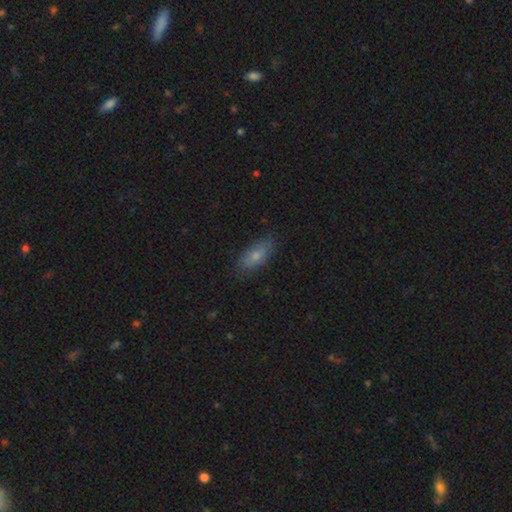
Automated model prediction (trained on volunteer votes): Smooth or featured? smooth (74%)
How rounded? in between (80%)
Merging? none (79%)